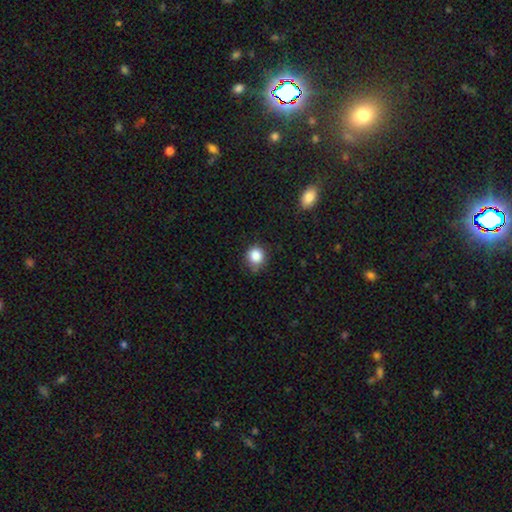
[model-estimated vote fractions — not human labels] This is clearly a smooth galaxy (85%). How rounded: clearly round (88%). Merging: likely none (72%).